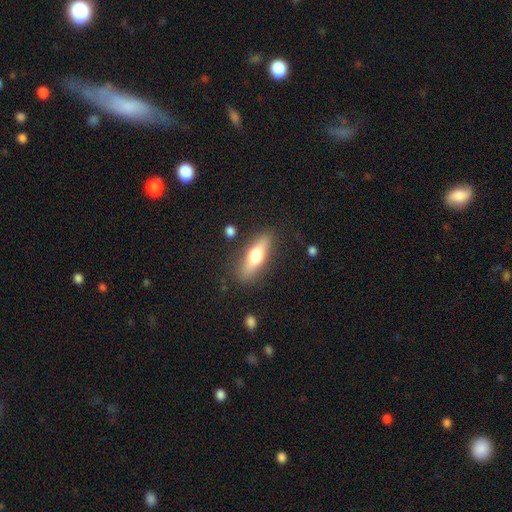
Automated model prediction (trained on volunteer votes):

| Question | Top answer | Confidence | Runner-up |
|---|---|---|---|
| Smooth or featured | smooth | 56% | featured or disk (37%) |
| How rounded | cigar-shaped | 51% | in between (46%) |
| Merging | none | 84% | minor disturbance (11%) |